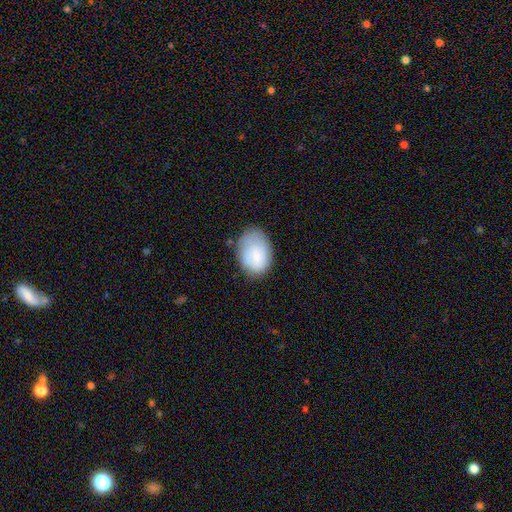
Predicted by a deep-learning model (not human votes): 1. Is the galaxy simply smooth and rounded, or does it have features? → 78% smooth, 15% featured or disk, 7% star or artifact.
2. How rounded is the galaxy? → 80% in between, 19% round, 1% cigar-shaped.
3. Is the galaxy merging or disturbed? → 56% none, 31% minor disturbance, 10% major disturbance, 3% merger.